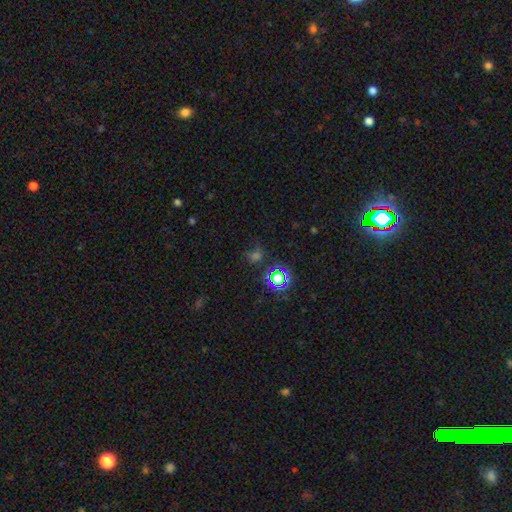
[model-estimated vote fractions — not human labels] Smooth or featured?
  - star or artifact: 54% *
  - smooth: 38%
  - featured or disk: 8%